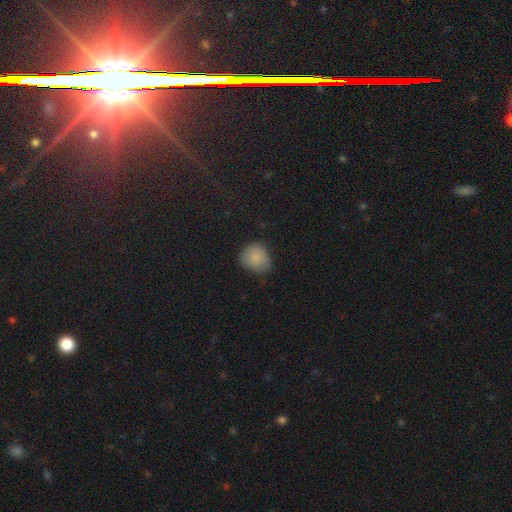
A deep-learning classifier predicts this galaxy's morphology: Smooth or featured? smooth (83%)
How rounded? round (66%)
Merging? none (63%)